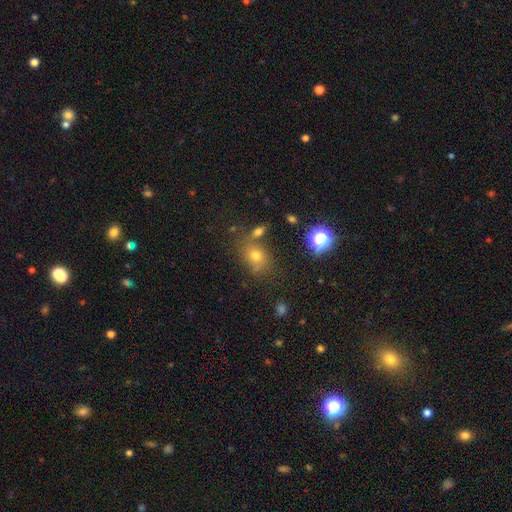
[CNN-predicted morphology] Smooth or featured?
  - smooth: 66% *
  - star or artifact: 21%
  - featured or disk: 13%
How rounded?
  - round: 51% *
  - in between: 48%
  - cigar-shaped: 1%
Merging?
  - none: 63% *
  - minor disturbance: 16%
  - merger: 15%
  - major disturbance: 6%